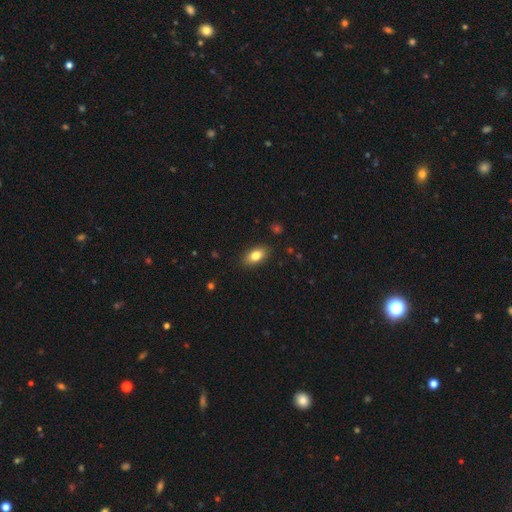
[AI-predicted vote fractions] Smooth or featured: smooth — 82% (featured or disk — 10%)
How rounded: in between — 89% (round — 7%)
Merging: none — 87% (minor disturbance — 9%)